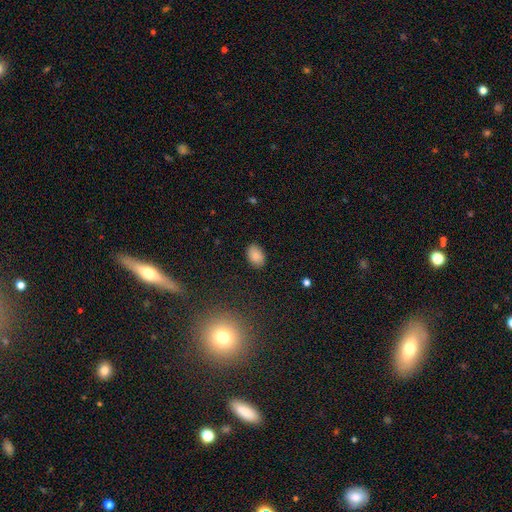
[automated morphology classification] This appears to be a smooth galaxy with no disk features (82%) that is in between round and cigar-shaped (86%). Merging: none (86%).